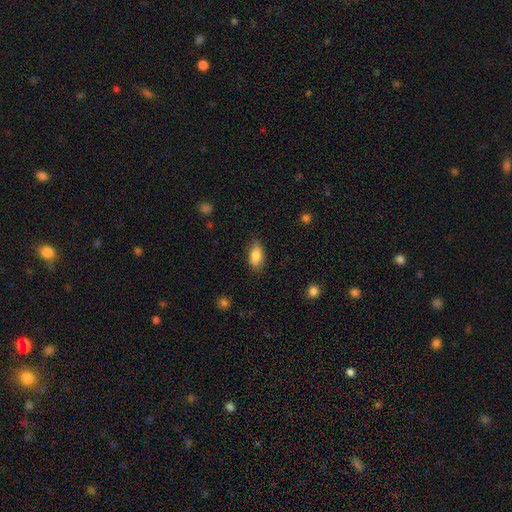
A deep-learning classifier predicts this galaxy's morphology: Q: Smooth or featured?
A: smooth (83%); runner-up: featured or disk (10%)
Q: How rounded?
A: in between (89%); runner-up: cigar-shaped (6%)
Q: Merging?
A: none (81%); runner-up: minor disturbance (14%)